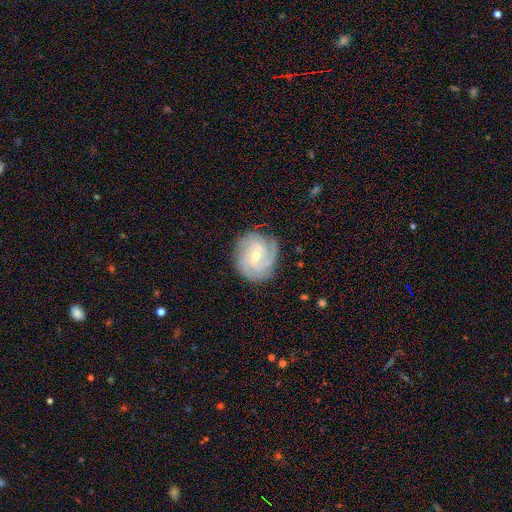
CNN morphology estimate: Smooth or featured: featured or disk — 87% (smooth — 8%)
Edge-on disk: no — 98% (yes — 2%)
Bar: weak — 55% (no — 26%)
Spiral arms: yes — 97% (no — 3%)
Spiral winding: tight — 66% (medium — 28%)
Spiral arm count: 3 — 37% (can't tell — 19%)
Bulge size: moderate — 50% (small — 47%)
Merging: none — 81% (minor disturbance — 14%)